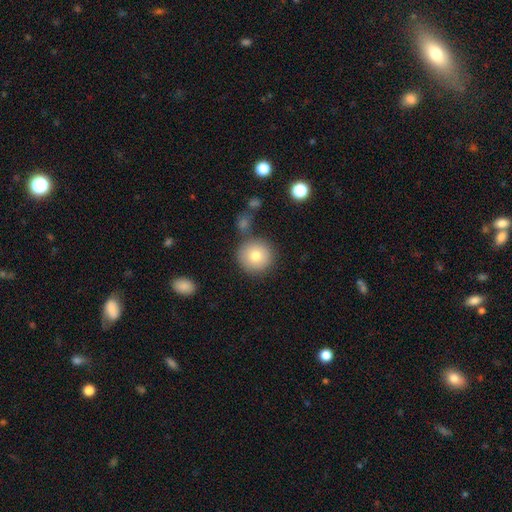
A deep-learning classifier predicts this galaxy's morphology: The model was most divided on "smooth or featured": smooth: 78%, featured or disk: 12%, star or artifact: 9%. More confident: how rounded — round (95%); merging — none (78%).